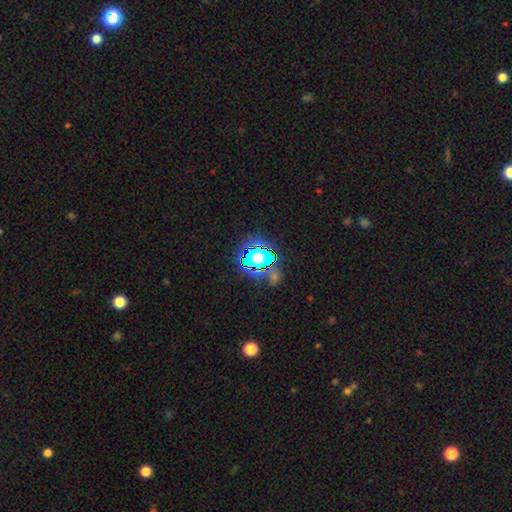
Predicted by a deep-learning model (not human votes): This appears to be a star or artifact, not a galaxy (53%).